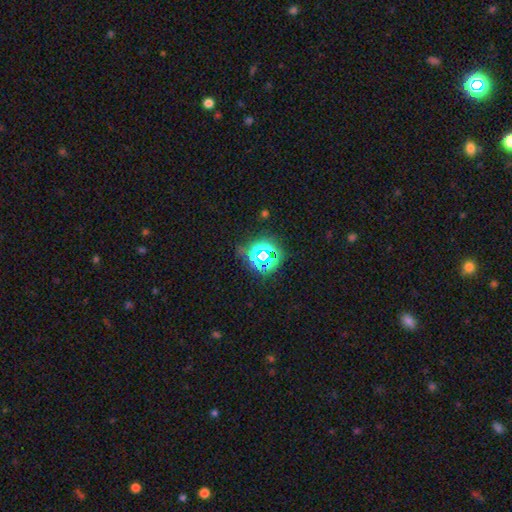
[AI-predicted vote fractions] The model was most divided on "smooth or featured": star or artifact: 70%, smooth: 22%, featured or disk: 8%.